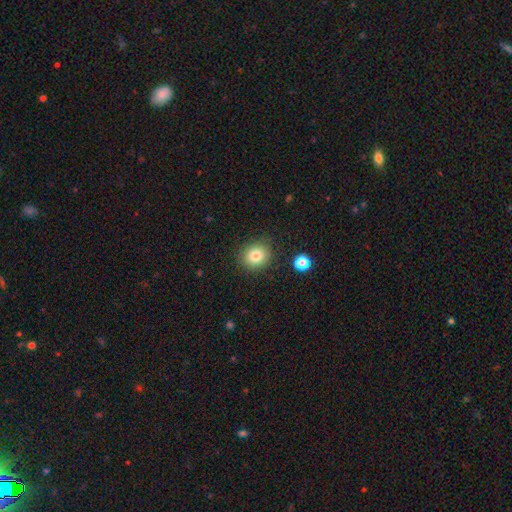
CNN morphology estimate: A smooth galaxy with no disk features (81%) that is round (76%).

Vote fractions:
- Smooth or featured? smooth: 81% / star or artifact: 11% / featured or disk: 8%
- How rounded? round: 76% / in between: 23% / cigar-shaped: 1%
- Merging? none: 86% / minor disturbance: 9% / major disturbance: 3% / merger: 3%